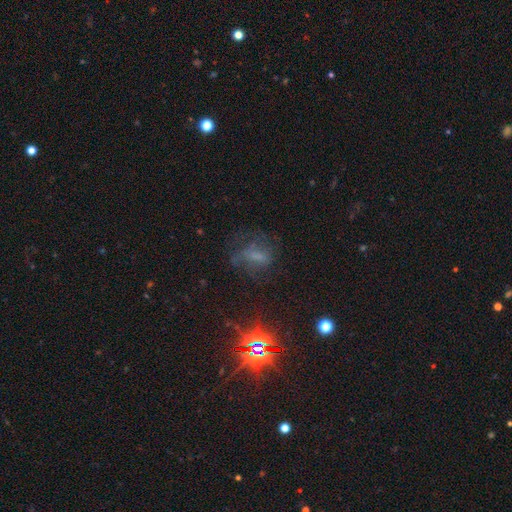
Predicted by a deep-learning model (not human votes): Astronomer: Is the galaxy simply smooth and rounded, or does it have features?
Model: star or artifact — 35% (runner-up: smooth, 34%).